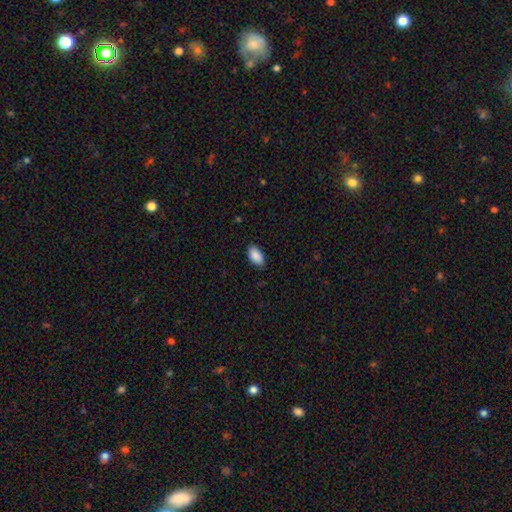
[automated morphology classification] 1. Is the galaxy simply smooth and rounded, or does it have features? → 90% smooth, 6% star or artifact, 3% featured or disk.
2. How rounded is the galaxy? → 95% in between, 3% round, 2% cigar-shaped.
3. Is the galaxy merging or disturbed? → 86% none, 11% minor disturbance, 2% major disturbance, 1% merger.